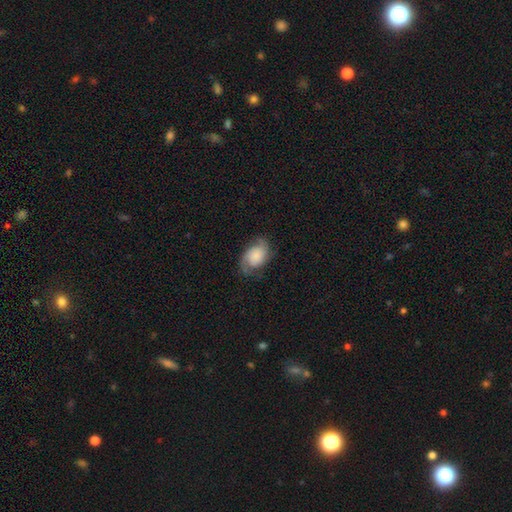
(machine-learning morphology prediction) Smooth or featured?
  - featured or disk: 63% *
  - smooth: 29%
  - star or artifact: 8%
Edge-on disk?
  - no: 97% *
  - yes: 3%
Bar?
  - no: 75% *
  - weak: 21%
  - strong: 4%
Spiral arms?
  - yes: 93% *
  - no: 7%
Spiral winding?
  - medium: 45% *
  - tight: 29%
  - loose: 26%
Spiral arm count?
  - 2: 82% *
  - can't tell: 7%
  - 3: 4%
  - 1: 4%
  - 4: 2%
  - more than 4: 2%
Bulge size?
  - none: 26% *
  - large: 24%
  - small: 23%
  - moderate: 16%
  - dominant: 11%
Merging?
  - none: 69% *
  - minor disturbance: 20%
  - major disturbance: 10%
  - merger: 1%